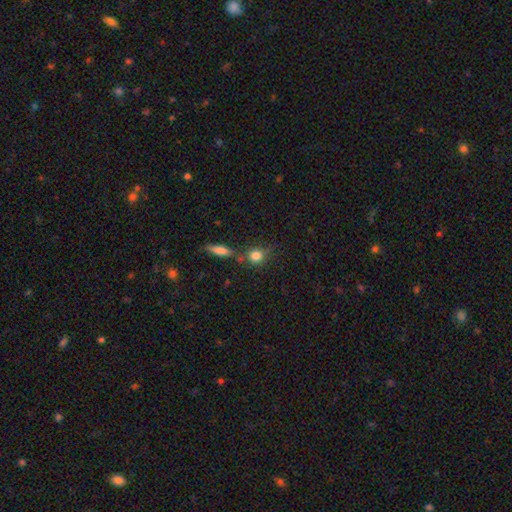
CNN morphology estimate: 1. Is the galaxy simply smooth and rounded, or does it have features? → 81% smooth, 11% star or artifact, 8% featured or disk.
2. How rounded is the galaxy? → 78% round, 19% in between, 3% cigar-shaped.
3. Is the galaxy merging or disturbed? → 64% none, 18% merger, 14% minor disturbance, 5% major disturbance.